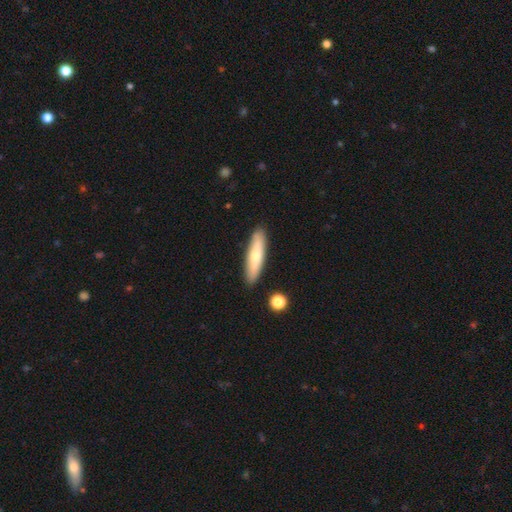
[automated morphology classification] smooth_or_featured: smooth (p=0.65) [alt: featured or disk p=0.30]
how_rounded: cigar-shaped (p=0.75) [alt: in between p=0.23]
merging: none (p=0.88) [alt: minor disturbance p=0.08]